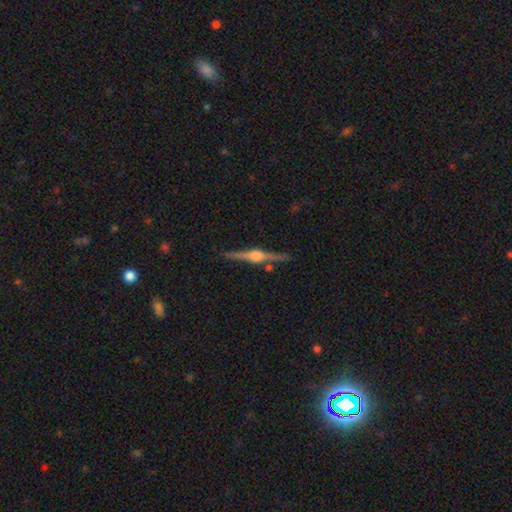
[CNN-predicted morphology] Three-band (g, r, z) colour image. It shows a featured or disk galaxy (87%) viewed edge-on (98%) with a rounded central bulge (90%). Merging: none (89%).